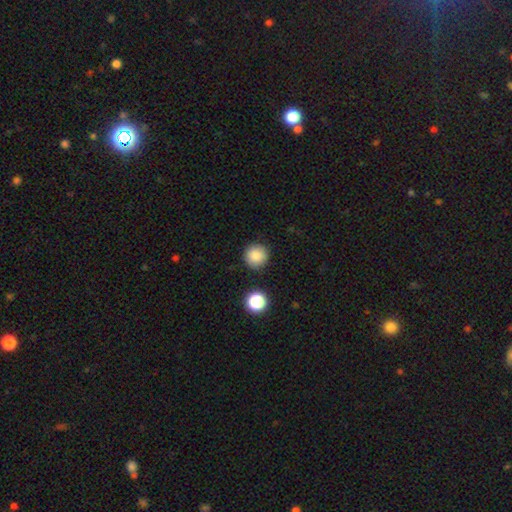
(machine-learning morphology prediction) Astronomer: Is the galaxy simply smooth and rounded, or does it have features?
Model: smooth — 85%.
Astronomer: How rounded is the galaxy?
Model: round — 95%.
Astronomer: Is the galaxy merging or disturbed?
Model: none — 88%.